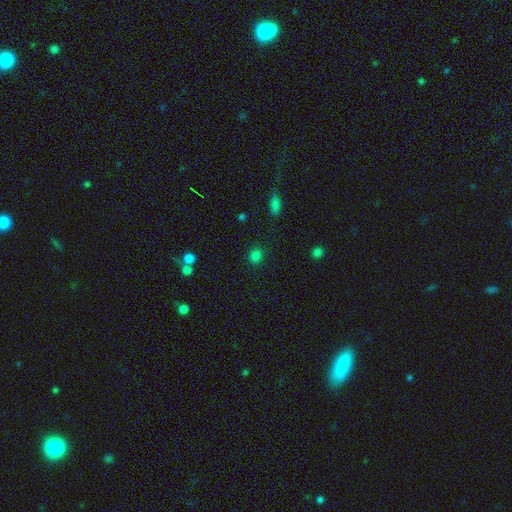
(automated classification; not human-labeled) Smooth or featured: smooth — 80% (star or artifact — 16%)
How rounded: round — 78% (in between — 21%)
Merging: none — 85% (minor disturbance — 9%)